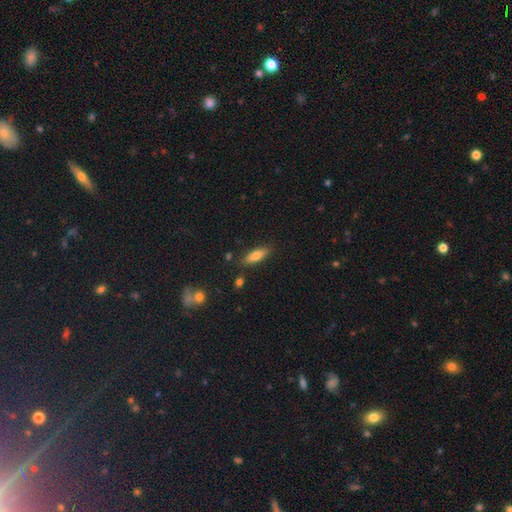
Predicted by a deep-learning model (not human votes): A smooth galaxy with no disk features (74%) that is in between round and cigar-shaped (50%). Merging: none (82%).